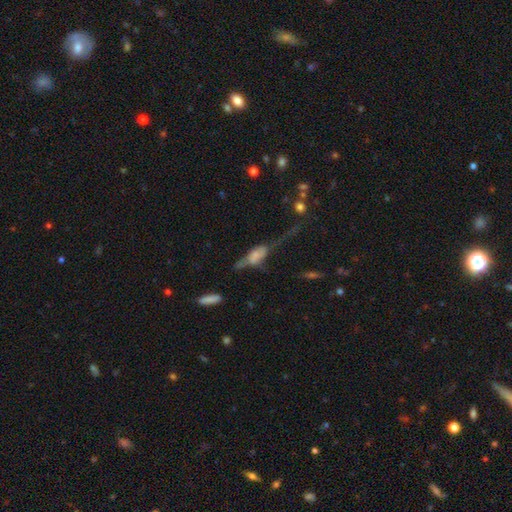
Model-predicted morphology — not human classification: smooth 48%, featured or disk 42%, star or artifact 10%. Down the decision tree: merging — major disturbance (50%).